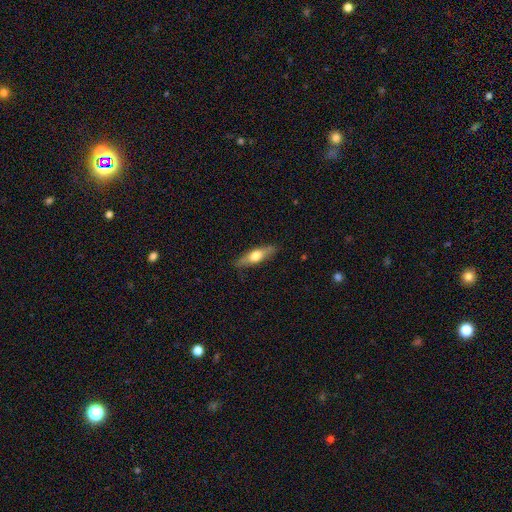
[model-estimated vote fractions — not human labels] A smooth galaxy with no disk features (55%) that is cigar-shaped (57%).

Vote fractions:
- Smooth or featured? smooth: 55% / featured or disk: 40% / star or artifact: 6%
- How rounded? cigar-shaped: 57% / in between: 41% / round: 3%
- Merging? none: 82% / minor disturbance: 14% / major disturbance: 3% / merger: 1%